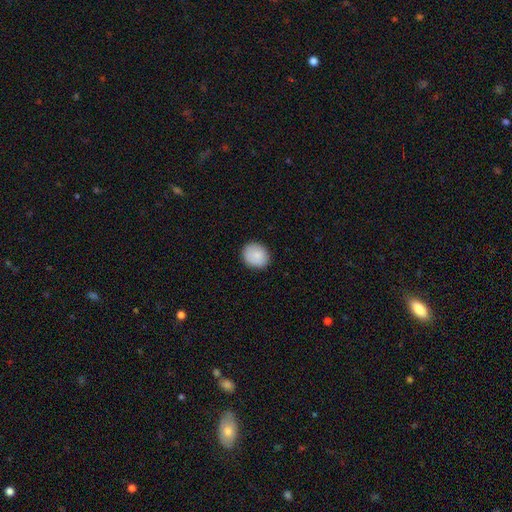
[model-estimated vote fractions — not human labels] A smooth galaxy with no disk features (87%) that is round (67%). Merging: none (87%).